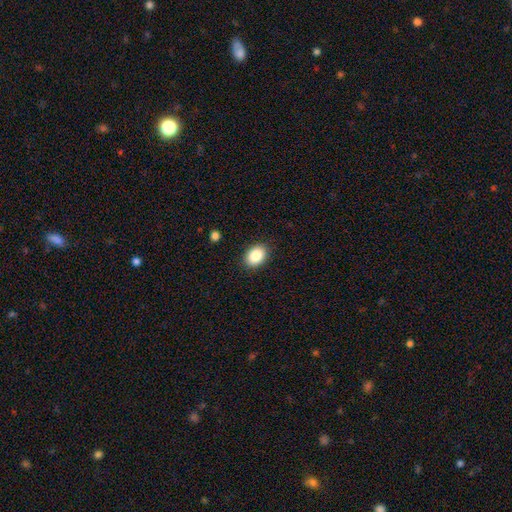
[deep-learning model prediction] smooth_or_featured: smooth (p=0.87) [alt: star or artifact p=0.08]
how_rounded: in between (p=0.75) [alt: round p=0.24]
merging: none (p=0.89) [alt: minor disturbance p=0.08]